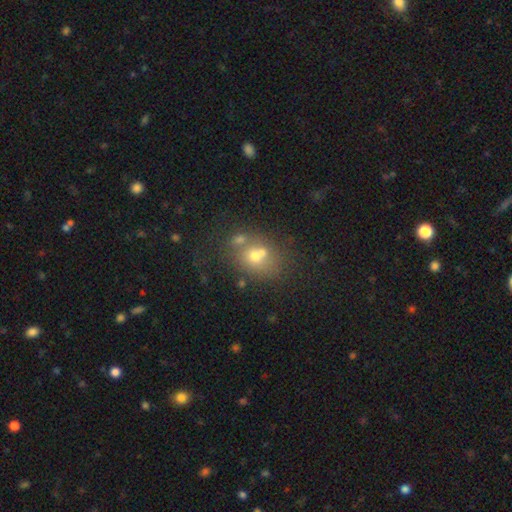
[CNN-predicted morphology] Q: Smooth or featured?
A: smooth (56%); runner-up: featured or disk (27%)
Q: How rounded?
A: round (55%); runner-up: in between (44%)
Q: Merging?
A: none (42%); runner-up: merger (39%)